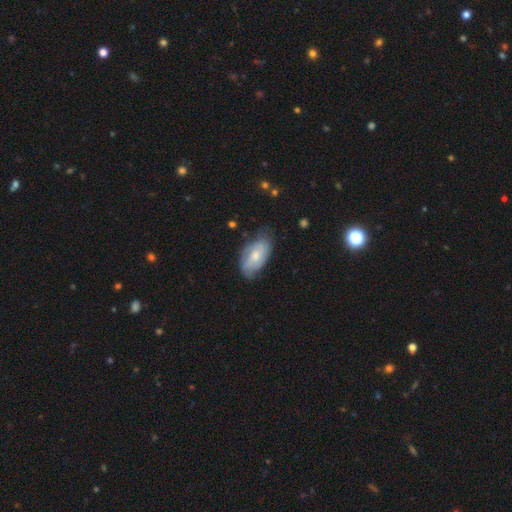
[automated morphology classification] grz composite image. It shows a smooth galaxy with no disk features (50%). Merging: none (61%).